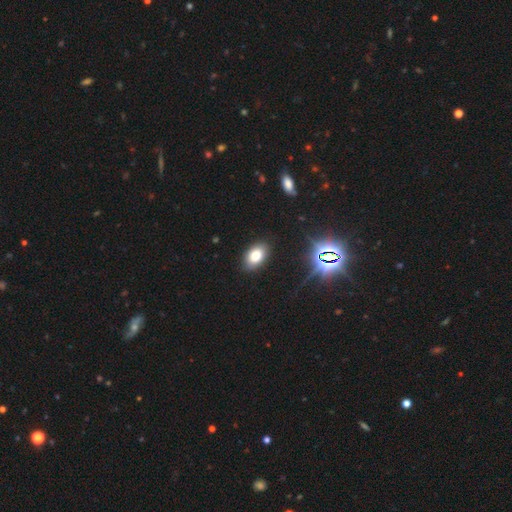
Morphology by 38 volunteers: A smooth galaxy with no disk features (87%) that is in between round and cigar-shaped (97%).

Vote fractions:
- Smooth or featured? smooth: 87% / star or artifact: 11% / featured or disk: 3%
- How rounded? in between: 97% / cigar-shaped: 3% / round: 0%
- Merging? none: 91% / minor disturbance: 6% / major disturbance: 3% / merger: 0%